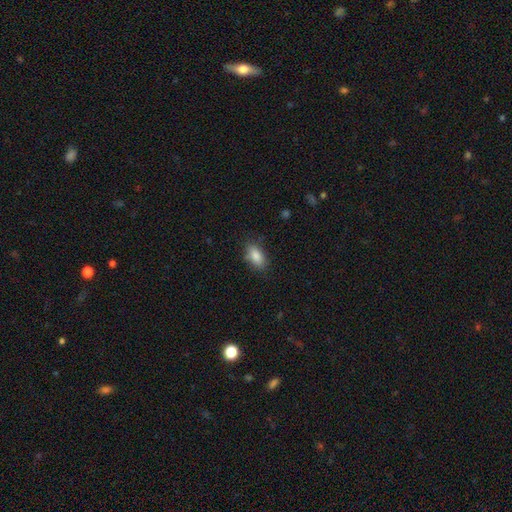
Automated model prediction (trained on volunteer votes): Morphology: type=smooth (85%); roundness=in between (89%); merging=none (80%).